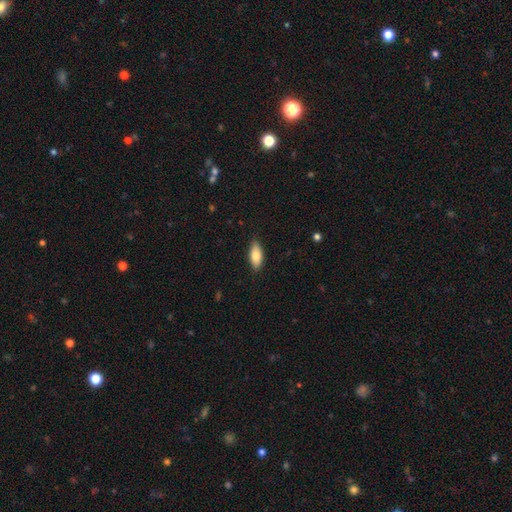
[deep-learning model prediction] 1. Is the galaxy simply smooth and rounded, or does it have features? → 80% smooth, 14% featured or disk, 6% star or artifact.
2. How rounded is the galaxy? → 84% in between, 13% cigar-shaped, 2% round.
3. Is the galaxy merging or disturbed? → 86% none, 11% minor disturbance, 2% major disturbance, 1% merger.